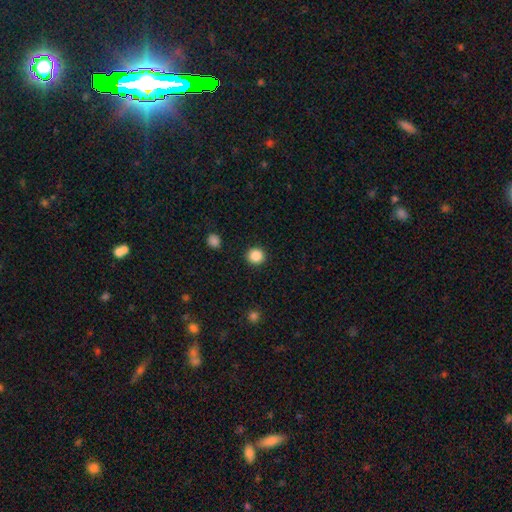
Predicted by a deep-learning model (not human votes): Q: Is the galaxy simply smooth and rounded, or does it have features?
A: smooth — 87%.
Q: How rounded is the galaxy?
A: round — 93%.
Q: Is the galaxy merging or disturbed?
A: none — 92%.